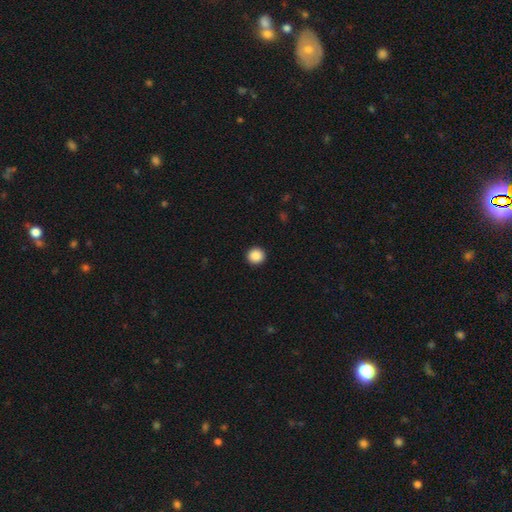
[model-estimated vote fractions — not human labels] Smooth or featured?
  - smooth: 89% *
  - star or artifact: 9%
  - featured or disk: 2%
How rounded?
  - round: 95% *
  - in between: 4%
  - cigar-shaped: 1%
Merging?
  - none: 93% *
  - minor disturbance: 4%
  - major disturbance: 2%
  - merger: 1%